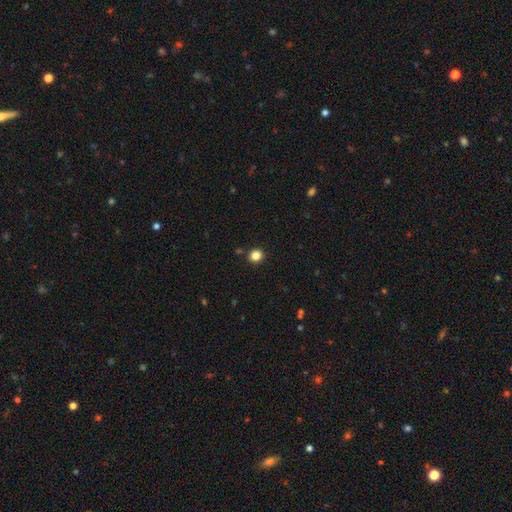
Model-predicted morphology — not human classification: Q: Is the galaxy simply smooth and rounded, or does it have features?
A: smooth — 84%.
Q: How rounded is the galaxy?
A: round — 85%.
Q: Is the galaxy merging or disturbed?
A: none — 90%.